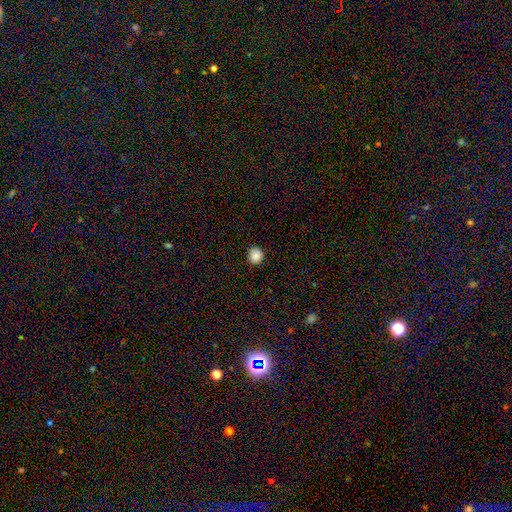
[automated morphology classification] smooth 87%, star or artifact 10%, featured or disk 3%. Down the decision tree: how rounded — round (84%); merging — none (88%).